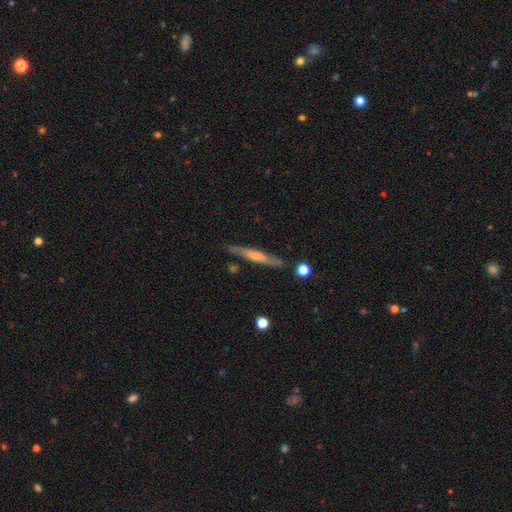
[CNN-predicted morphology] smooth-or-featured: featured or disk: 70% | smooth: 22% | star or artifact: 9%
  disk-edge-on: yes: 94% | no: 6%
    edge-on-bulge: rounded: 74% | none: 16% | boxy: 10%
  merging: none: 82% | minor disturbance: 12% | merger: 4% | major disturbance: 3%